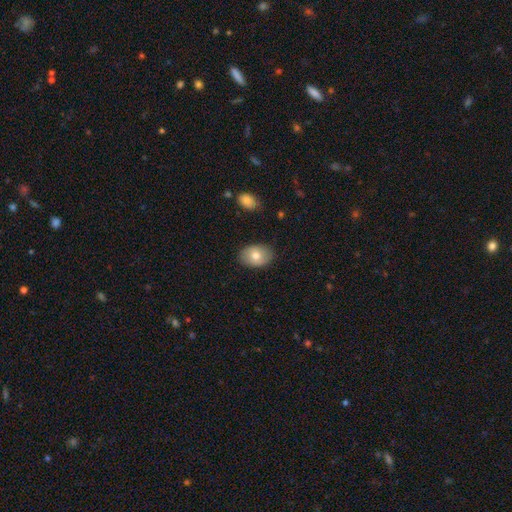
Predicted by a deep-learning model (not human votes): smooth 75%, featured or disk 18%, star or artifact 7%. Down the decision tree: how rounded — in between (81%); merging — none (85%).